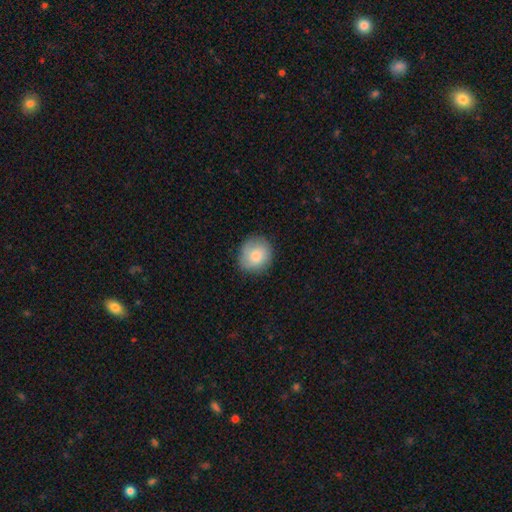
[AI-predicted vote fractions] Smooth or featured? Predicted: smooth (p=0.82). How rounded? Predicted: round (p=0.82). Merging? Predicted: none (p=0.83).